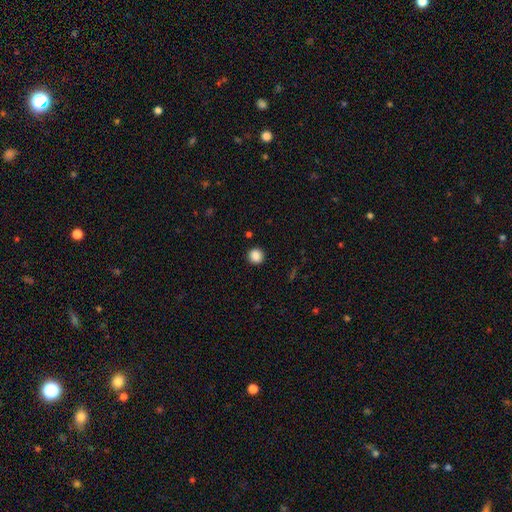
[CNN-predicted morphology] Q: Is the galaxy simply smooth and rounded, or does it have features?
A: smooth — 87%.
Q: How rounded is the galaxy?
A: round — 93%.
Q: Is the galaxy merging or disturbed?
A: none — 92%.